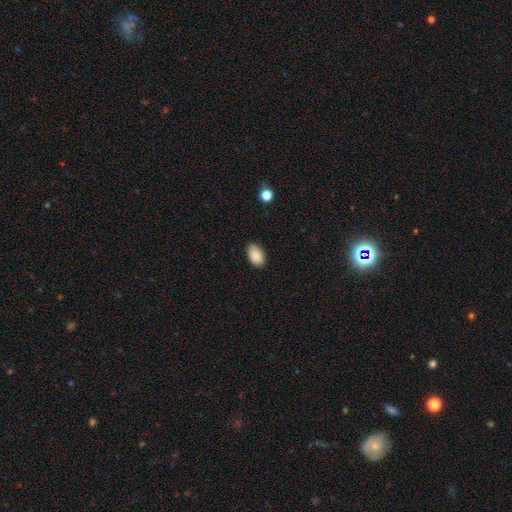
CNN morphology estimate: Smooth or featured?
  - smooth: 87% *
  - star or artifact: 8%
  - featured or disk: 5%
How rounded?
  - in between: 92% *
  - round: 7%
  - cigar-shaped: 1%
Merging?
  - none: 79% *
  - minor disturbance: 17%
  - major disturbance: 3%
  - merger: 1%